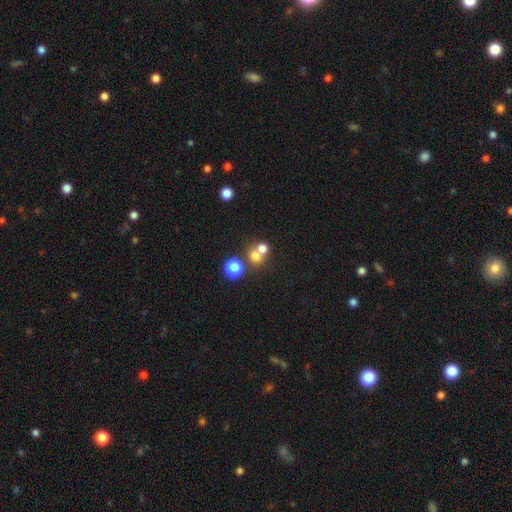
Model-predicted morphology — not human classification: smooth_or_featured: smooth (p=0.70) [alt: star or artifact p=0.18]
how_rounded: round (p=0.80) [alt: in between p=0.18]
merging: merger (p=0.48) [alt: none p=0.43]